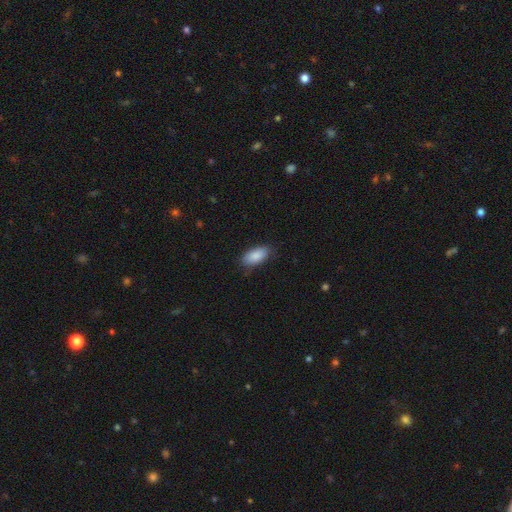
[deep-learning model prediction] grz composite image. It shows a smooth galaxy with no disk features (89%) that is in between round and cigar-shaped (91%). Merging: none (81%).